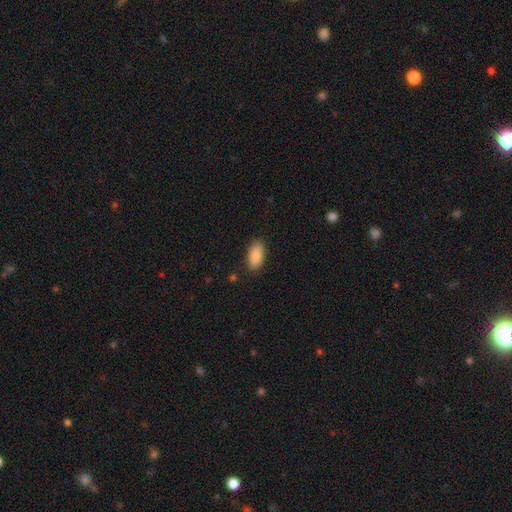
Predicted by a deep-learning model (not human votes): smooth_or_featured: smooth (p=0.88) [alt: star or artifact p=0.07]
how_rounded: in between (p=0.93) [alt: cigar-shaped p=0.03]
merging: none (p=0.86) [alt: minor disturbance p=0.10]